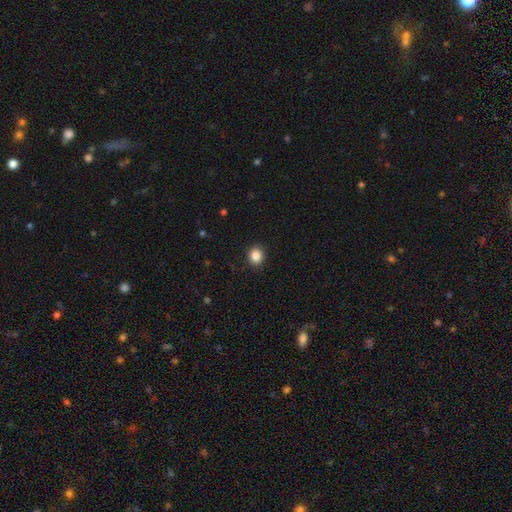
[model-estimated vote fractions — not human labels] Morphology: type=smooth (86%); roundness=round (74%); merging=none (91%).